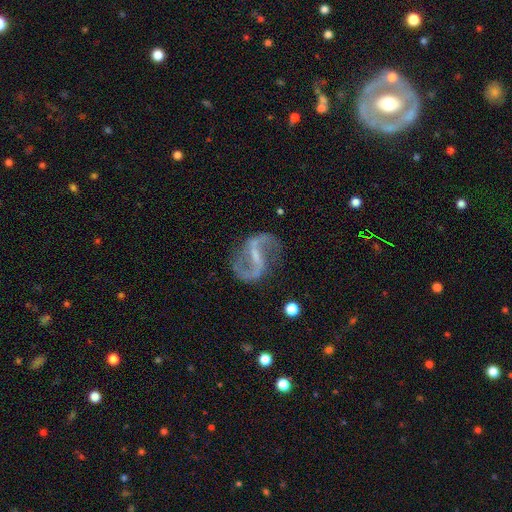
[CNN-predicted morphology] type=featured or disk (89%); edge-on=no (98%); bar=strong (49%); spiral arms=yes (95%); winding=loose (56%); arm count=2 (93%); bulge=small (44%); merging=none (75%).